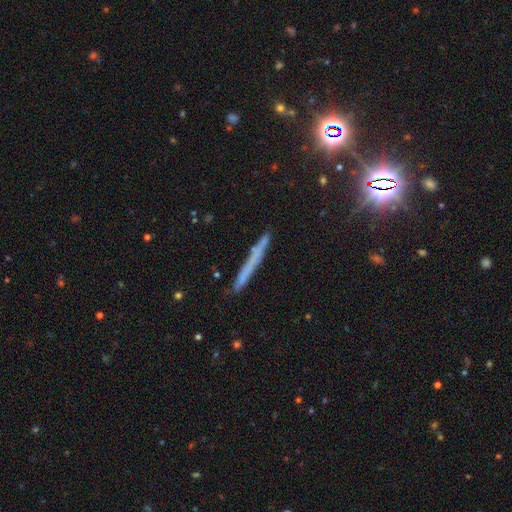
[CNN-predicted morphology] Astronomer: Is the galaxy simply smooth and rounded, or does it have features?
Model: smooth — 44% (runner-up: featured or disk, 38%).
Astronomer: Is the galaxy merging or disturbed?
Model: none — 83%.